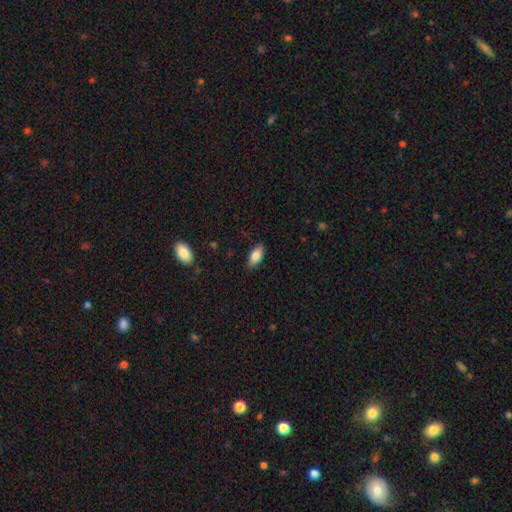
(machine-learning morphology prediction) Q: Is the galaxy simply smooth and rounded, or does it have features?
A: smooth — 85%.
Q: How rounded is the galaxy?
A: in between — 89%.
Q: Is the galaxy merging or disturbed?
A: none — 85%.